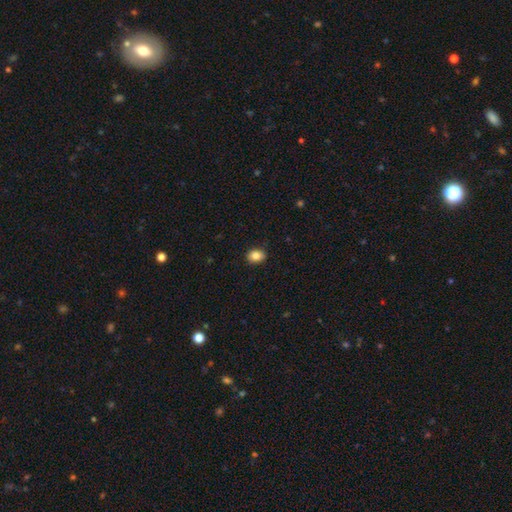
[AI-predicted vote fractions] This appears to be a smooth galaxy with no disk features (84%) that is in between round and cigar-shaped (59%). Merging: none (89%).